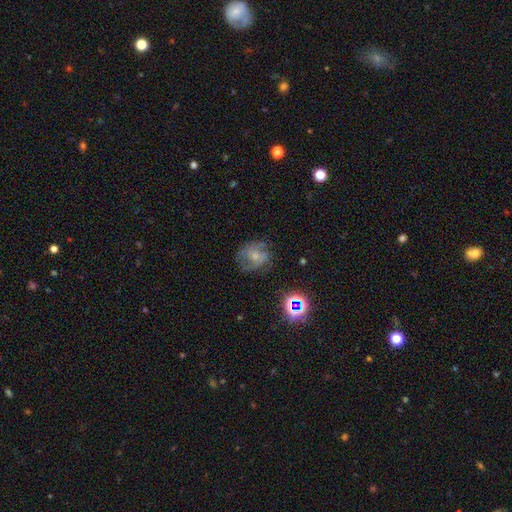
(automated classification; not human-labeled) This appears to be a featured or disk galaxy (56%) with no bar (71%), spiral arms (79%) and a small central bulge (50%). Merging: none (61%).